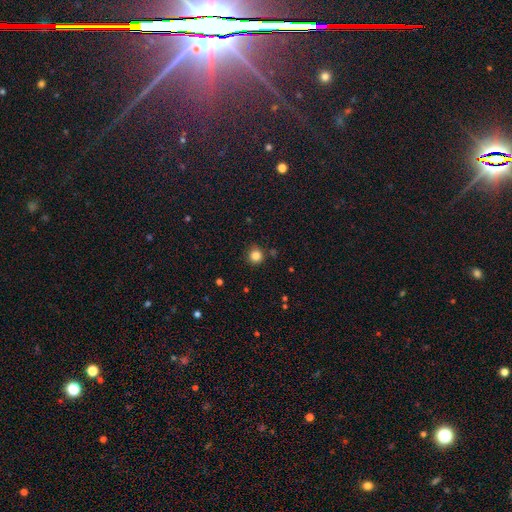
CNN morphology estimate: This appears to be a smooth galaxy with no disk features (84%) that is round (94%). Merging: none (86%).